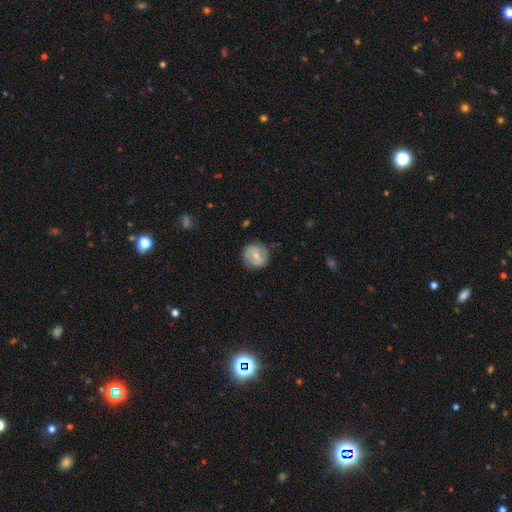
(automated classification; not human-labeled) smooth_or_featured: featured or disk (p=0.47) [alt: smooth p=0.46]
merging: none (p=0.80) [alt: minor disturbance p=0.15]